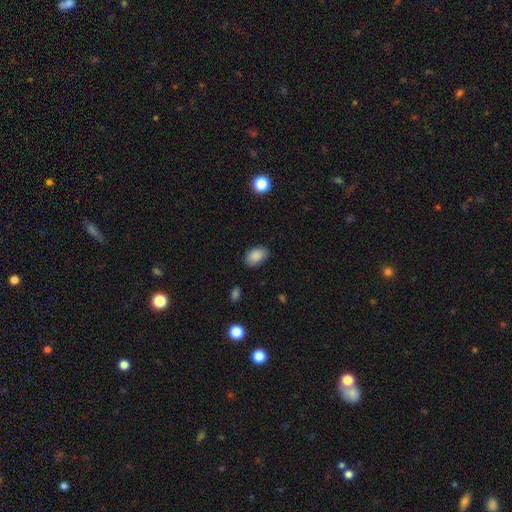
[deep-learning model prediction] A smooth galaxy with no disk features (88%) that is in between round and cigar-shaped (88%).

Vote fractions:
- Smooth or featured? smooth: 88% / star or artifact: 8% / featured or disk: 4%
- How rounded? in between: 88% / round: 10% / cigar-shaped: 1%
- Merging? none: 81% / minor disturbance: 15% / major disturbance: 3% / merger: 1%